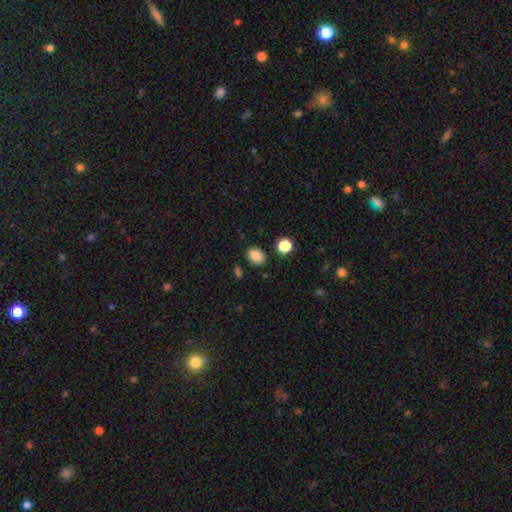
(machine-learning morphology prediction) smooth 86%, star or artifact 10%, featured or disk 5%. Down the decision tree: how rounded — in between (73%); merging — none (83%).